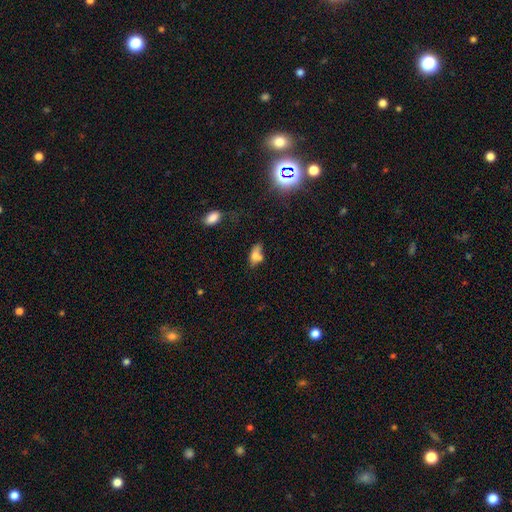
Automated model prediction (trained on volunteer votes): This appears to be a smooth galaxy with no disk features (69%) that is in between round and cigar-shaped (81%). Merging: none (38%).